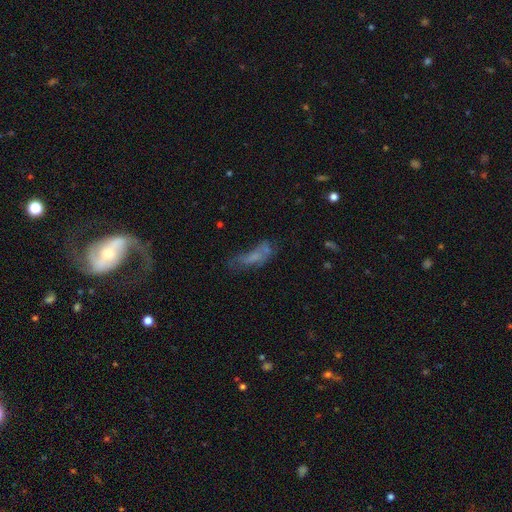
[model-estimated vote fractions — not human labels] smooth-or-featured: smooth: 51% | featured or disk: 31% | star or artifact: 18%
  how-rounded: in between: 54% | cigar-shaped: 42% | round: 4%
  merging: none: 33% | major disturbance: 28% | minor disturbance: 21% | merger: 17%